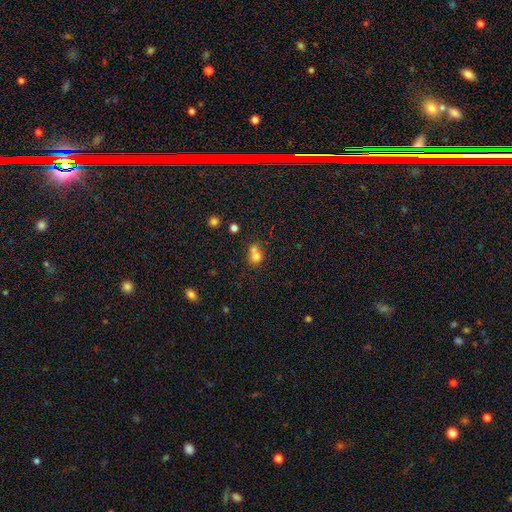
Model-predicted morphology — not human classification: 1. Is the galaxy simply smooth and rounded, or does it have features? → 73% smooth, 13% star or artifact, 13% featured or disk.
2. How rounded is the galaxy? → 65% round, 33% in between, 1% cigar-shaped.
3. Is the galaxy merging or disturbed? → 56% merger, 30% none, 10% minor disturbance, 5% major disturbance.